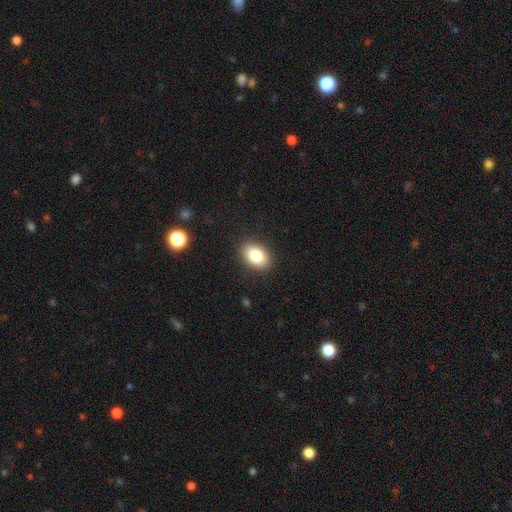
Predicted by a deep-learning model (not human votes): This appears to be a smooth galaxy with no disk features (82%) that is in between round and cigar-shaped (82%). Merging: none (89%).